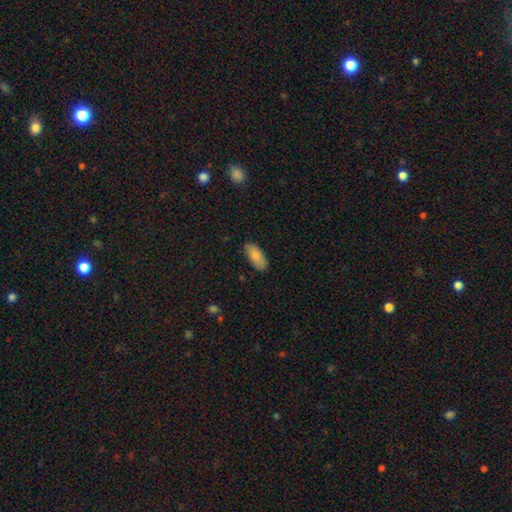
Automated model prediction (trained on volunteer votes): Q: Smooth or featured?
A: smooth (83%); runner-up: featured or disk (11%)
Q: How rounded?
A: in between (90%); runner-up: cigar-shaped (8%)
Q: Merging?
A: none (82%); runner-up: minor disturbance (14%)